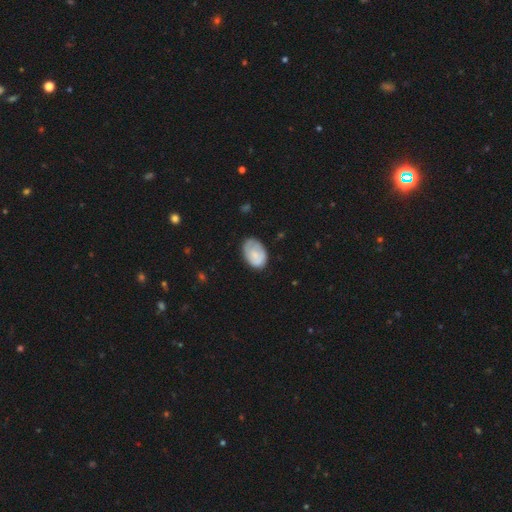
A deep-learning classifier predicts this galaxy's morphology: type=smooth (69%); roundness=in between (85%); merging=none (64%).